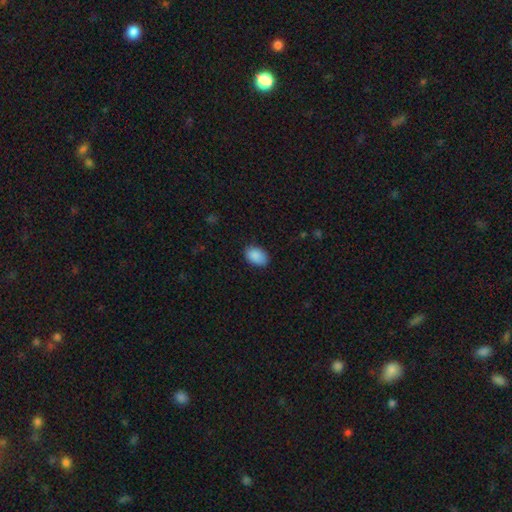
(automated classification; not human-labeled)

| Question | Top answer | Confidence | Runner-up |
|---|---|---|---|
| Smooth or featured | smooth | 89% | star or artifact (7%) |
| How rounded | in between | 86% | round (13%) |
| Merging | none | 83% | minor disturbance (13%) |